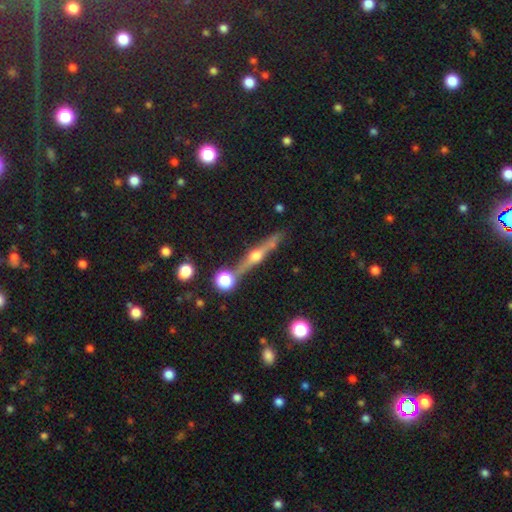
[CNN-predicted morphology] smooth_or_featured: featured or disk (p=0.74) [alt: smooth p=0.17]
disk_edge_on: yes (p=0.96) [alt: no p=0.04]
edge_on_bulge: rounded (p=0.94) [alt: boxy p=0.03]
merging: none (p=0.77) [alt: minor disturbance p=0.11]